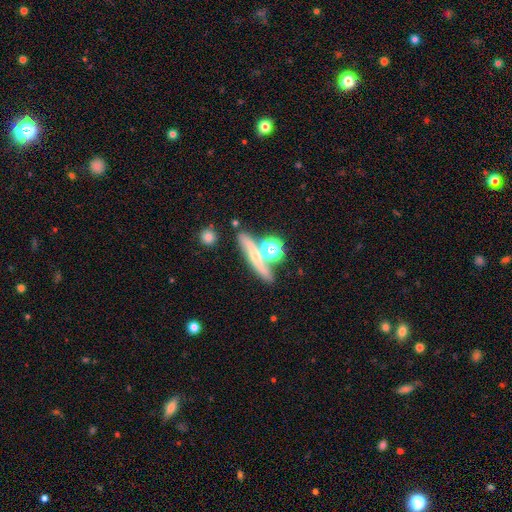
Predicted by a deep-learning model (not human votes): featured or disk 46%, smooth 39%, star or artifact 15%. Down the decision tree: merging — none (63%).